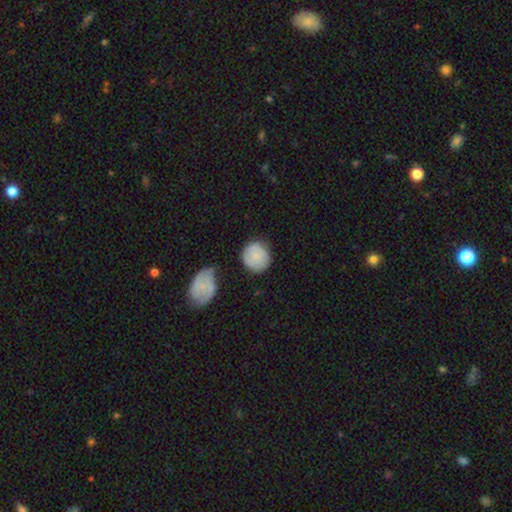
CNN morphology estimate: Q: Smooth or featured?
A: smooth (74%); runner-up: featured or disk (20%)
Q: How rounded?
A: round (86%); runner-up: in between (13%)
Q: Merging?
A: none (65%); runner-up: minor disturbance (22%)